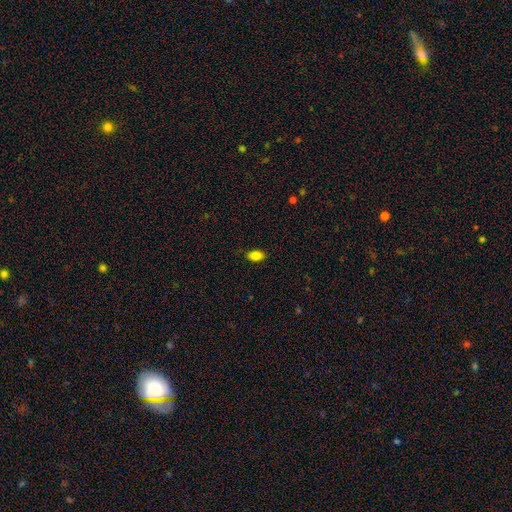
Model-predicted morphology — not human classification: This is clearly a smooth galaxy (84%). How rounded: clearly in between (89%). Merging: clearly none (85%).